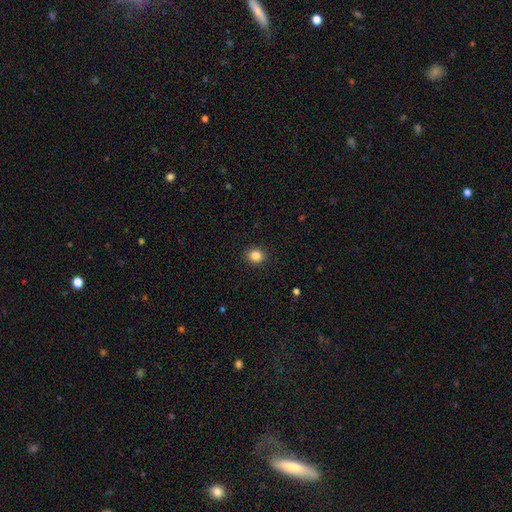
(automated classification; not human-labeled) This is clearly a smooth galaxy (84%). How rounded: likely round (65%). Merging: clearly none (91%).